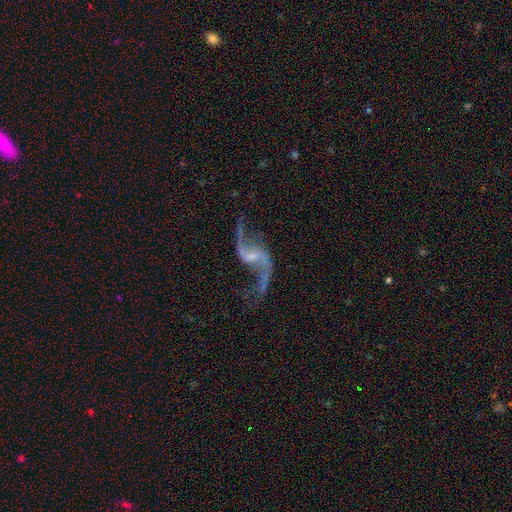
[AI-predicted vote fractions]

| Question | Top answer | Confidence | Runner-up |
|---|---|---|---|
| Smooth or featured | featured or disk | 91% | star or artifact (6%) |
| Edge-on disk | no | 97% | yes (3%) |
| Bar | weak | 48% | no (28%) |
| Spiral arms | yes | 97% | no (3%) |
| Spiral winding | loose | 90% | medium (8%) |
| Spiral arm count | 2 | 94% | 1 (2%) |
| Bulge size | small | 54% | none (29%) |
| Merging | none | 73% | minor disturbance (13%) |